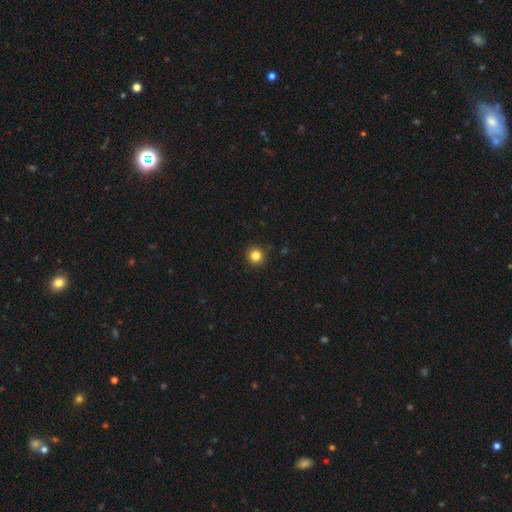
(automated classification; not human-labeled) This appears to be a smooth galaxy with no disk features (83%) that is round (94%). Merging: none (93%).